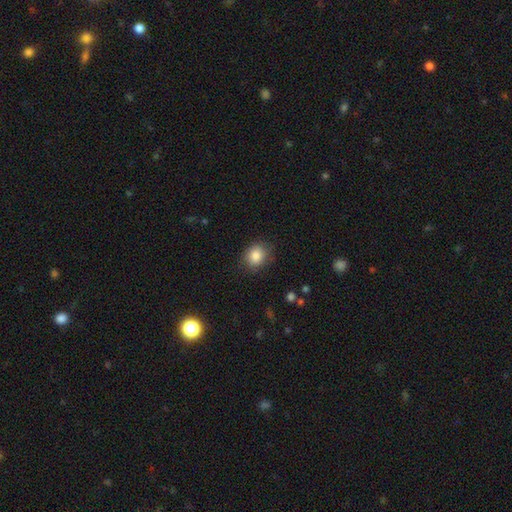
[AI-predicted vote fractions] This is clearly a smooth galaxy (85%). How rounded: likely round (64%). Merging: clearly none (82%).